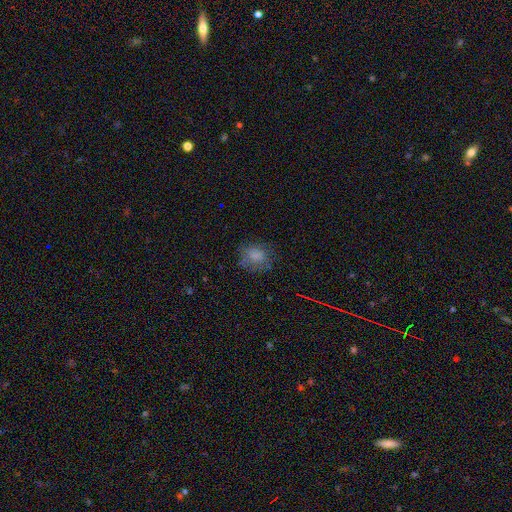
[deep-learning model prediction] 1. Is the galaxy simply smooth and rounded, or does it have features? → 75% smooth, 14% featured or disk, 11% star or artifact.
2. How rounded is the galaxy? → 66% round, 33% in between, 1% cigar-shaped.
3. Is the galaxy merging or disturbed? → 66% none, 22% minor disturbance, 10% major disturbance, 2% merger.